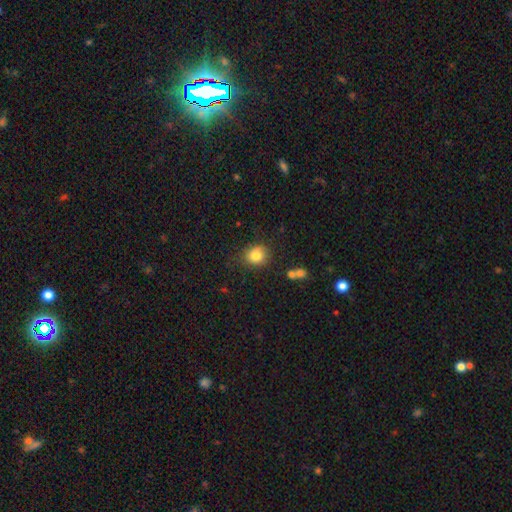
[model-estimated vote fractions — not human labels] Smooth or featured: smooth — 82% (star or artifact — 10%)
How rounded: round — 72% (in between — 27%)
Merging: none — 75% (minor disturbance — 17%)